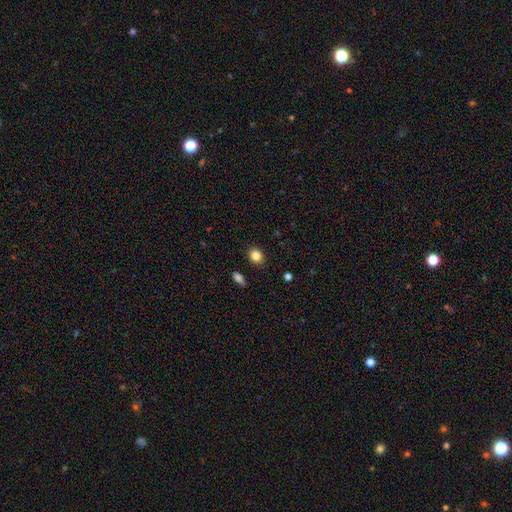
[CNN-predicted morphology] smooth 84%, star or artifact 10%, featured or disk 5%. Down the decision tree: how rounded — round (60%); merging — none (87%).